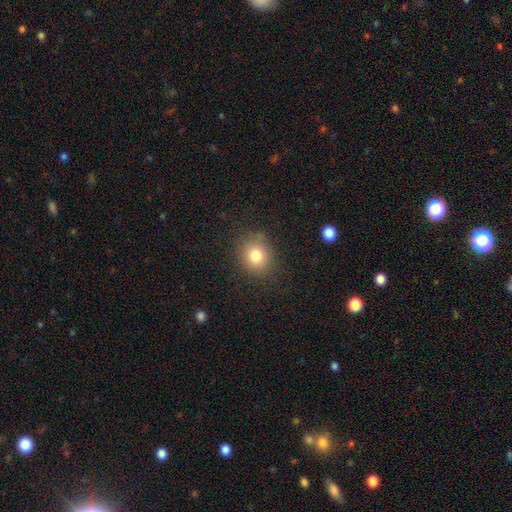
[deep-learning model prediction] Morphology: type=smooth (79%); roundness=round (73%); merging=none (82%).